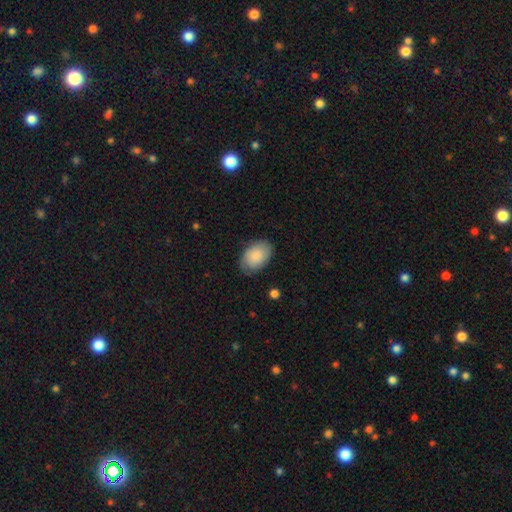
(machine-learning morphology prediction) The model was most divided on "smooth or featured": smooth: 75%, featured or disk: 19%, star or artifact: 6%. More confident: how rounded — in between (88%); merging — none (76%).